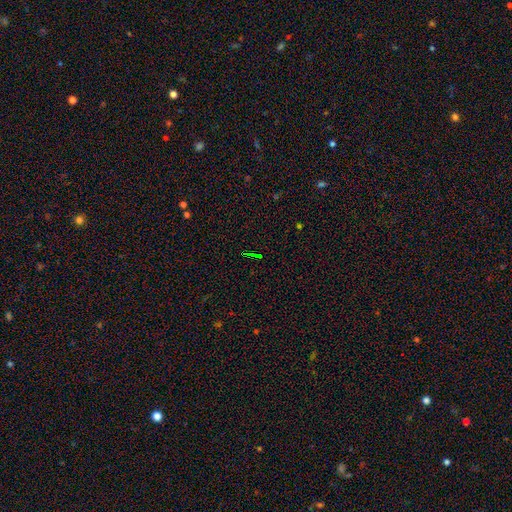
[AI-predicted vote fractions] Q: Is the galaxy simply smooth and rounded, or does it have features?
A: star or artifact — 71%.